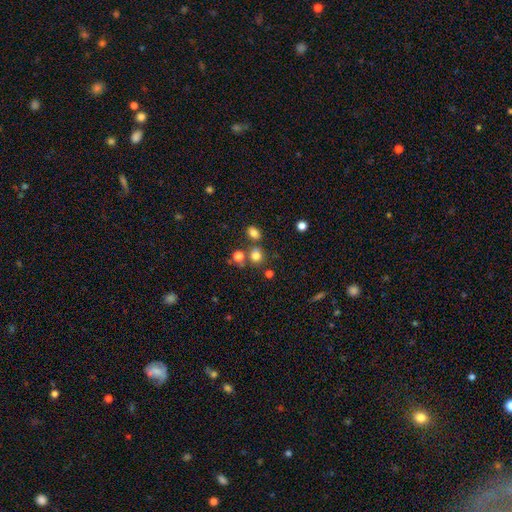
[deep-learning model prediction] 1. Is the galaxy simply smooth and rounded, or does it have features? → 77% smooth, 16% star or artifact, 8% featured or disk.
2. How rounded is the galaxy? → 75% round, 24% in between, 1% cigar-shaped.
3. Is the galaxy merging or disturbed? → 67% none, 19% merger, 10% minor disturbance, 4% major disturbance.